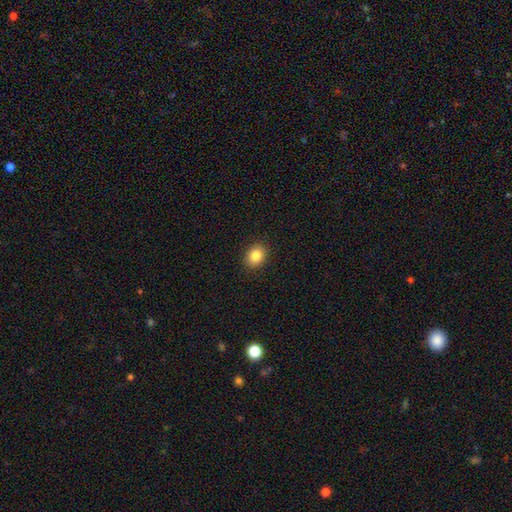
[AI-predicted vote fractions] smooth-or-featured: smooth: 84% | star or artifact: 10% | featured or disk: 6%
  how-rounded: round: 52% | in between: 48% | cigar-shaped: 1%
  merging: none: 91% | minor disturbance: 7% | major disturbance: 2% | merger: 1%